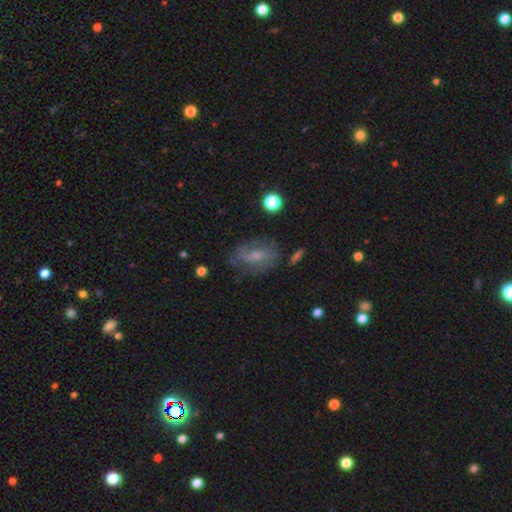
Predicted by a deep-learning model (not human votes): smooth_or_featured: featured or disk (p=0.54) [alt: smooth p=0.35]
disk_edge_on: no (p=0.94) [alt: yes p=0.06]
bar: weak (p=0.45) [alt: no p=0.43]
has_spiral_arms: yes (p=0.71) [alt: no p=0.29]
bulge_size: small (p=0.43) [alt: moderate p=0.37]
merging: none (p=0.62) [alt: minor disturbance p=0.23]